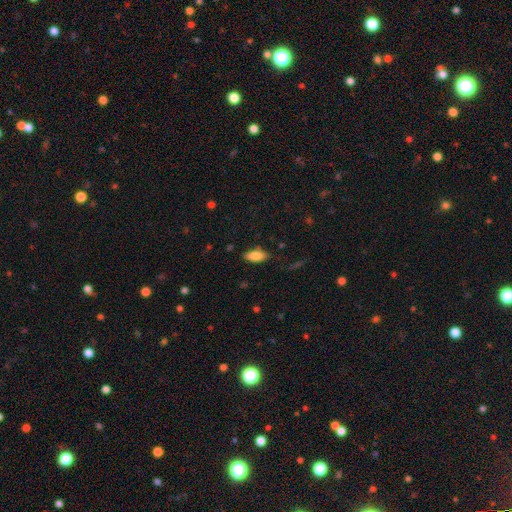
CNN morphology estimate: A smooth galaxy with no disk features (84%) that is in between round and cigar-shaped (86%). Merging: none (80%).